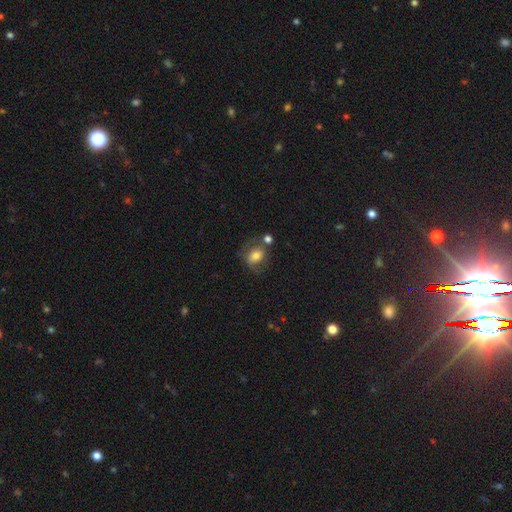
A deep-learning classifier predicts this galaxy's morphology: This is likely a smooth galaxy (67%). How rounded: possibly in between (57%). Merging: possibly none (48%).